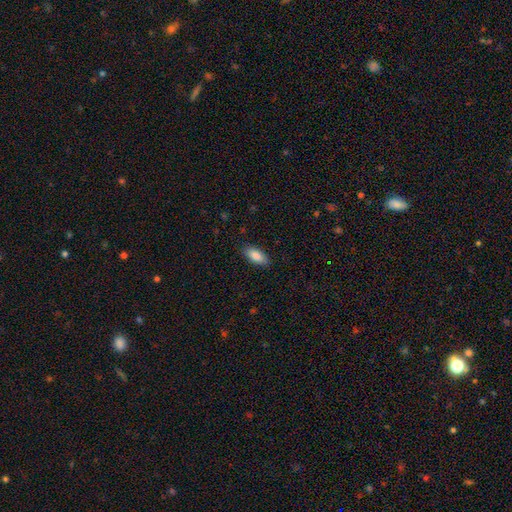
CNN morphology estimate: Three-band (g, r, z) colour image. It shows a smooth galaxy with no disk features (87%) that is in between round and cigar-shaped (86%). Merging: none (87%).